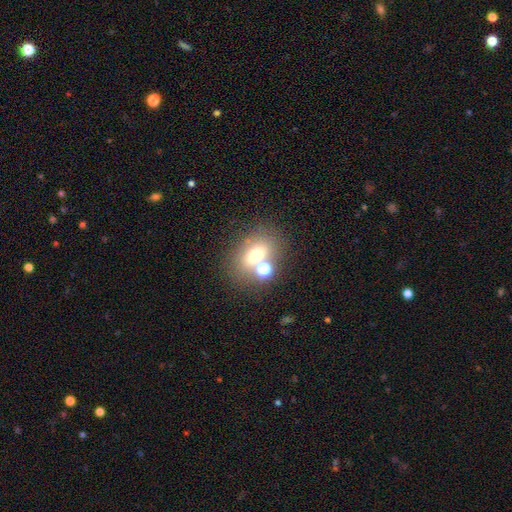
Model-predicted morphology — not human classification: Q: Smooth or featured?
A: smooth (64%); runner-up: star or artifact (18%)
Q: How rounded?
A: in between (59%); runner-up: round (39%)
Q: Merging?
A: none (57%); runner-up: merger (26%)